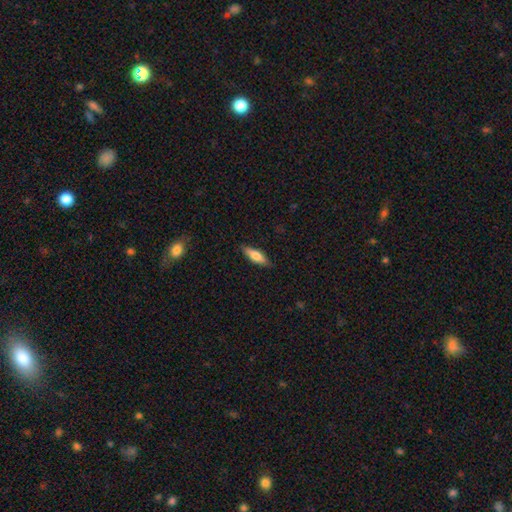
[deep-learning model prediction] A smooth galaxy with no disk features (64%) that is cigar-shaped (49%, tied with in between). Merging: none (85%).